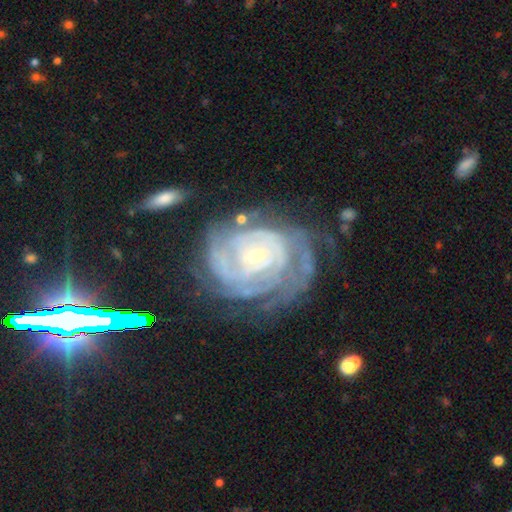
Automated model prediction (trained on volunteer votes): featured or disk 88%, star or artifact 6%, smooth 6%. Down the decision tree: edge-on disk — no (97%); bar — no (55%); spiral arms — yes (95%); spiral arm count — can't tell (36%); spiral winding — tight (77%); bulge size — small (73%); merging — none (57%).